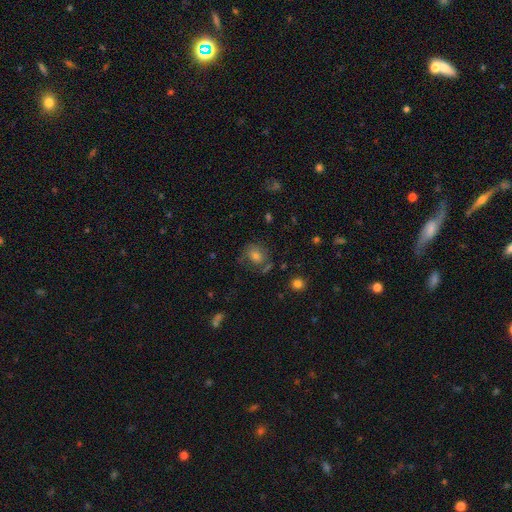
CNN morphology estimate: smooth_or_featured: smooth (p=0.49) [alt: featured or disk p=0.34]
merging: none (p=0.61) [alt: minor disturbance p=0.20]